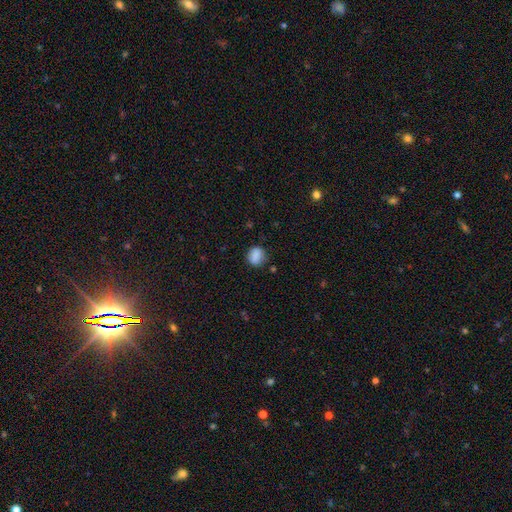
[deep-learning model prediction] Smooth or featured? Predicted: smooth (p=0.86). How rounded? Predicted: round (p=0.63). Merging? Predicted: none (p=0.76).